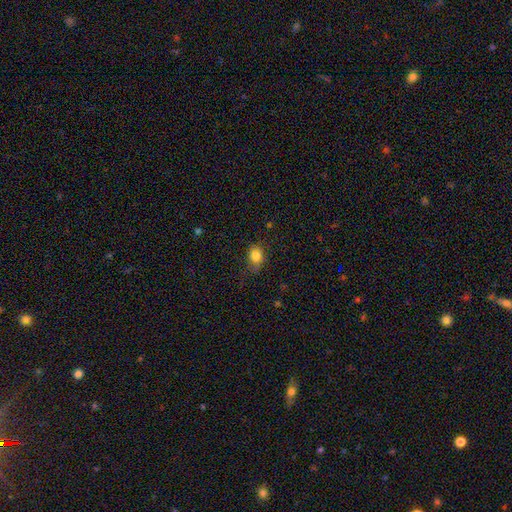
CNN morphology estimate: Smooth or featured: smooth — 83% (star or artifact — 11%)
How rounded: round — 57% (in between — 42%)
Merging: none — 60% (minor disturbance — 29%)